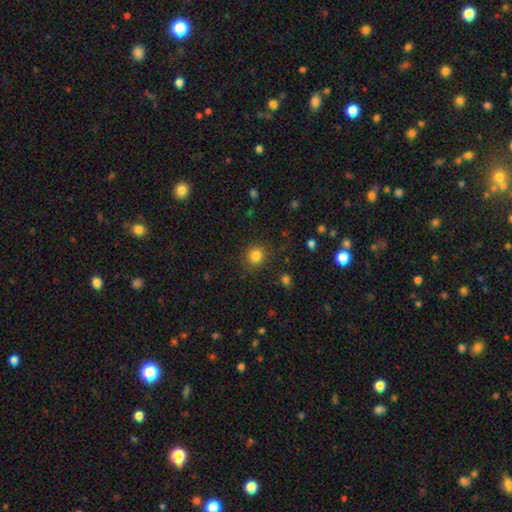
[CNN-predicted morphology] smooth 83%, star or artifact 12%, featured or disk 5%. Down the decision tree: how rounded — round (89%); merging — none (86%).